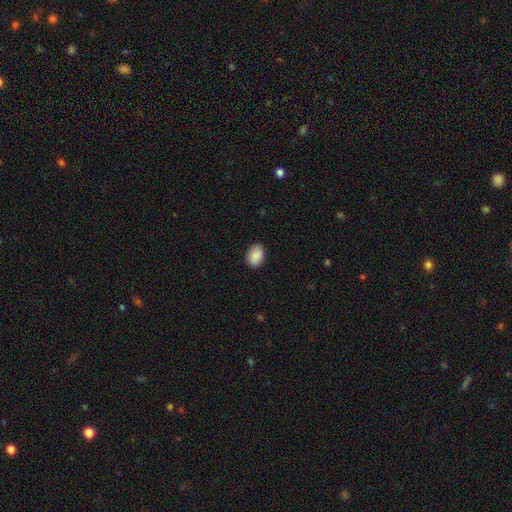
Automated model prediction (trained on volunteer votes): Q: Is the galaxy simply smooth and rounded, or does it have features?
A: smooth — 88%.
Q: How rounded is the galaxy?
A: in between — 78%.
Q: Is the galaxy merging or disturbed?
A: none — 87%.